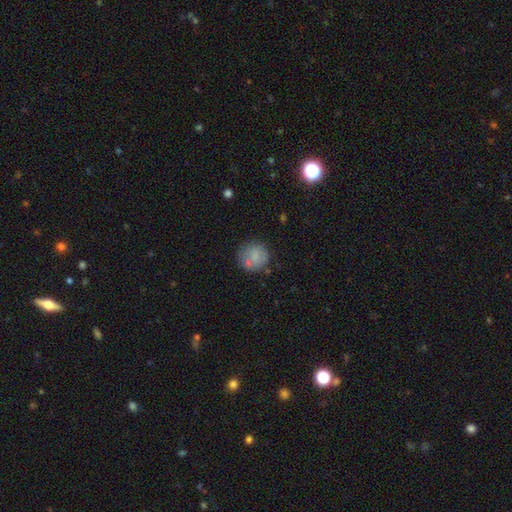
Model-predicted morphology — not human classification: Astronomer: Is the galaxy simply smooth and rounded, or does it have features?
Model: smooth — 73%.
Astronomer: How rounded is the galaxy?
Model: round — 89%.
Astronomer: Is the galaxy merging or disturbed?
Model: none — 68%.